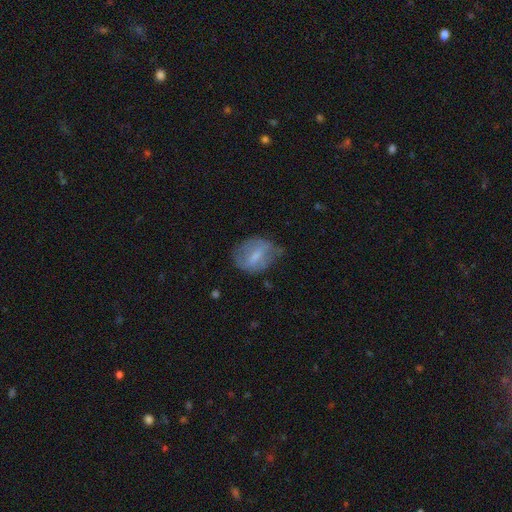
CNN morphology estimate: Q: Smooth or featured?
A: smooth (49%); runner-up: featured or disk (43%)
Q: Merging?
A: none (49%); runner-up: minor disturbance (34%)